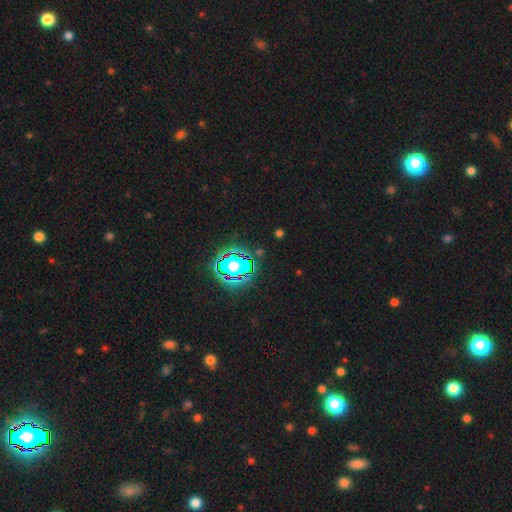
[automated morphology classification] Overall: star or artifact (80%).